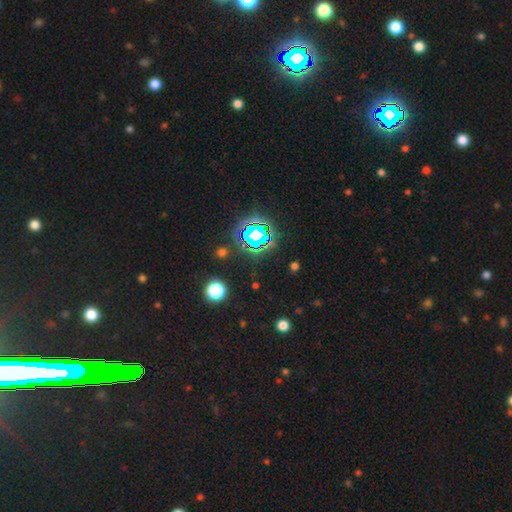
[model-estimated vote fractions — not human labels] Smooth or featured? star or artifact (79%)